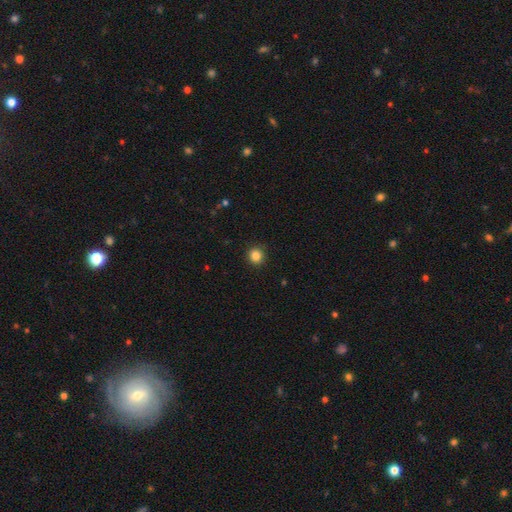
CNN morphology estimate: This is clearly a smooth galaxy (85%). How rounded: clearly round (92%). Merging: clearly none (92%).